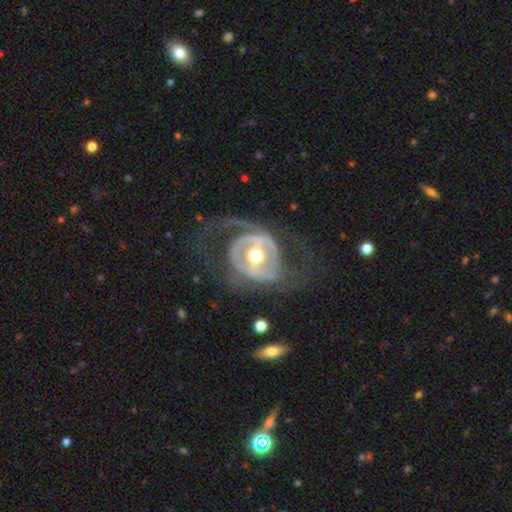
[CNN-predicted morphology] A featured or disk galaxy (87%) with a strong bar (41%), 2 (65%) medium (40%) spiral arms (81%) and a moderate central bulge (75%).

Vote fractions:
- Smooth or featured? featured or disk: 87% / smooth: 9% / star or artifact: 4%
- Edge-on disk? no: 96% / yes: 4%
- Bar? strong: 41% / weak: 35% / no: 24%
- Spiral arms? yes: 81% / no: 19%
- Spiral winding? medium: 40% / tight: 32% / loose: 28%
- Spiral arm count? 2: 65% / can't tell: 13% / 1: 12% / 3: 6% / 4: 2% / more than 4: 2%
- Bulge size? moderate: 75% / small: 12% / large: 11% / dominant: 1% / none: 1%
- Merging? none: 53% / major disturbance: 29% / minor disturbance: 16% / merger: 2%